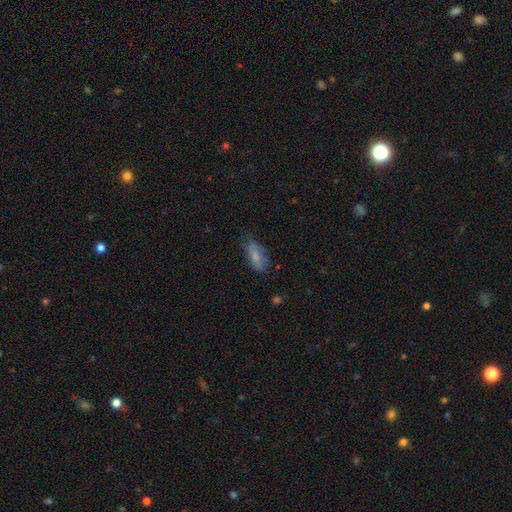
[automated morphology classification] smooth-or-featured: smooth: 69% | featured or disk: 23% | star or artifact: 8%
  how-rounded: in between: 81% | cigar-shaped: 16% | round: 3%
  merging: none: 65% | minor disturbance: 26% | major disturbance: 7% | merger: 2%